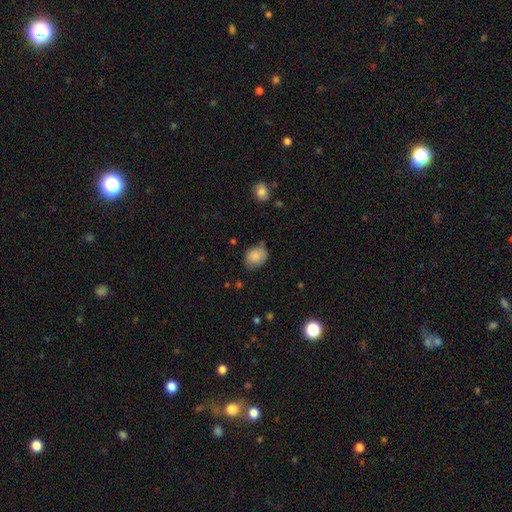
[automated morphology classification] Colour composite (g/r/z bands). It shows a smooth galaxy with no disk features (85%) that is in between round and cigar-shaped (64%). Merging: none (68%).